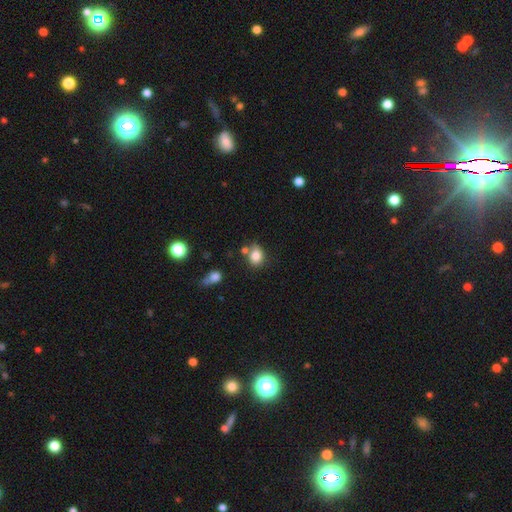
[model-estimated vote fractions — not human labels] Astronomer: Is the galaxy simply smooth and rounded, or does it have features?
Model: smooth — 83%.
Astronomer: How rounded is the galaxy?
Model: round — 51% (runner-up: in between, 48%).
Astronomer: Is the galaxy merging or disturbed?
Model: none — 61%.